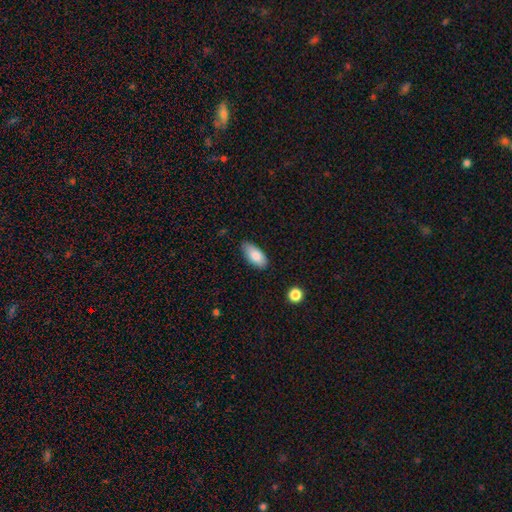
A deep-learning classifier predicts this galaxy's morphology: This appears to be a smooth galaxy with no disk features (84%) that is in between round and cigar-shaped (92%). Merging: none (78%).